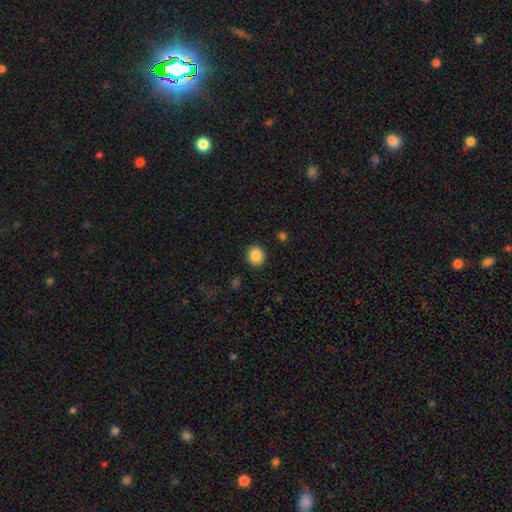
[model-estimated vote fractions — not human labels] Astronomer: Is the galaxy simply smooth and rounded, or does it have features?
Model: smooth — 87%.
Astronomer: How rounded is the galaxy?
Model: round — 71%.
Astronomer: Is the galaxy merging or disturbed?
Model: none — 90%.